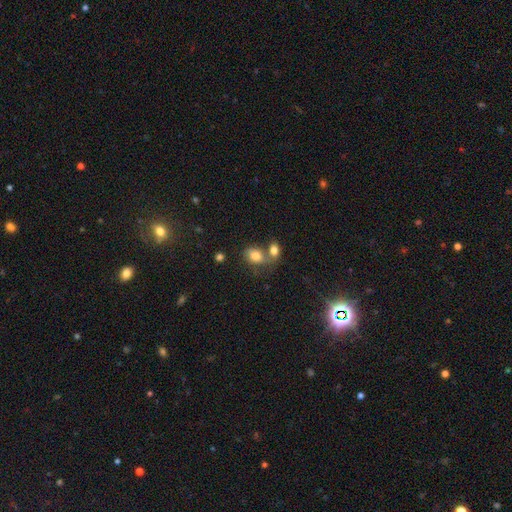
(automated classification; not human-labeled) Smooth or featured? smooth (79%)
How rounded? in between (76%)
Merging? merger (49%)